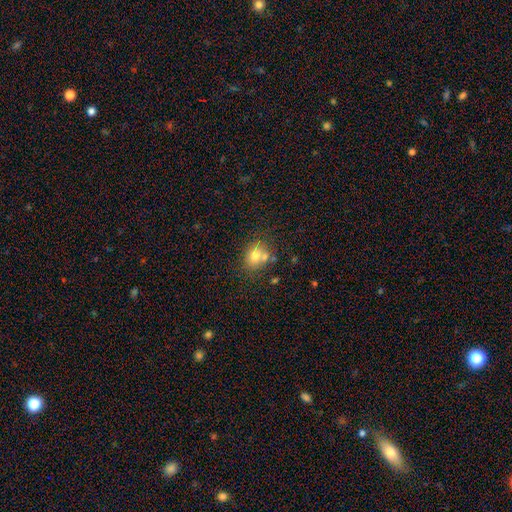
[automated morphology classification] A smooth galaxy with no disk features (73%) that is round (51%).

Vote fractions:
- Smooth or featured? smooth: 73% / featured or disk: 15% / star or artifact: 12%
- How rounded? round: 51% / in between: 48% / cigar-shaped: 1%
- Merging? none: 58% / merger: 23% / minor disturbance: 15% / major disturbance: 5%